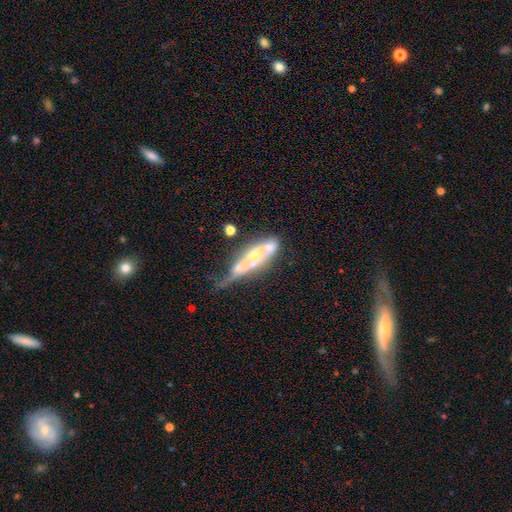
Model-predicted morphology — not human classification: smooth-or-featured: featured or disk: 65% | smooth: 27% | star or artifact: 9%
  disk-edge-on: no: 60% | yes: 40%
  merging: merger: 36% | none: 23% | major disturbance: 22% | minor disturbance: 19%